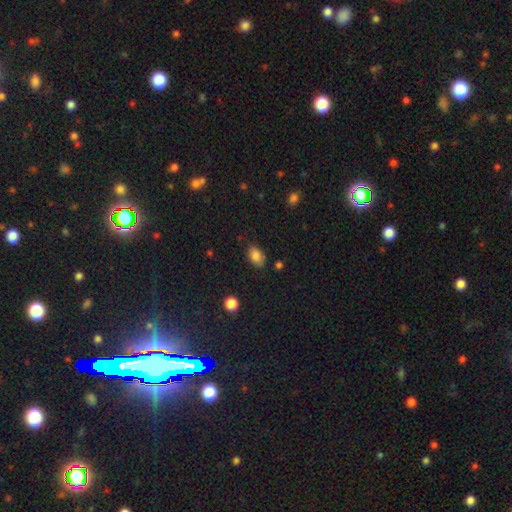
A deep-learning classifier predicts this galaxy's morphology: Smooth or featured: smooth — 86% (star or artifact — 9%)
How rounded: in between — 89% (round — 10%)
Merging: none — 79% (minor disturbance — 16%)